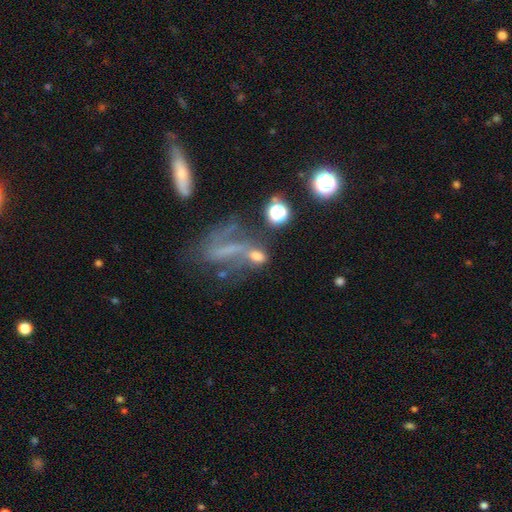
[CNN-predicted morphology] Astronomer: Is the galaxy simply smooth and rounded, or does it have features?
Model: featured or disk — 39% (runner-up: smooth, 36%).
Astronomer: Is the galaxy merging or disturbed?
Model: none — 32% (runner-up: major disturbance, 27%).